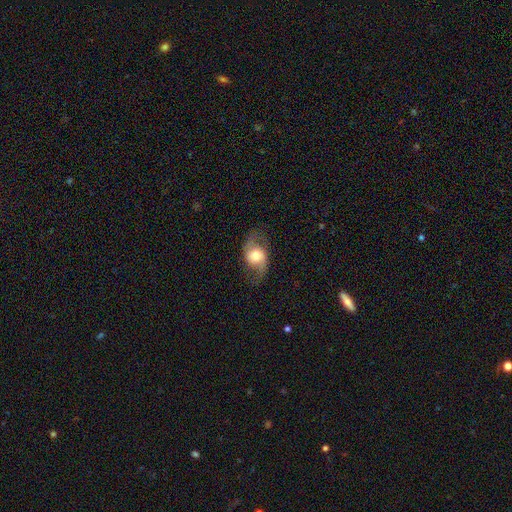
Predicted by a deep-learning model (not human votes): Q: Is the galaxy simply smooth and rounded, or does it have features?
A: featured or disk — 66%.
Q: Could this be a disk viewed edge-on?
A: no — 94%.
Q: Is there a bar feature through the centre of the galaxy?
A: no — 61%.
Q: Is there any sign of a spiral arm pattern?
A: yes — 87%.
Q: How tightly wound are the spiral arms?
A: loose — 61%.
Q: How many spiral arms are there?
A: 2 — 91%.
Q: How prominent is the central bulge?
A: moderate — 47%.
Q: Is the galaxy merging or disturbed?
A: none — 72%.